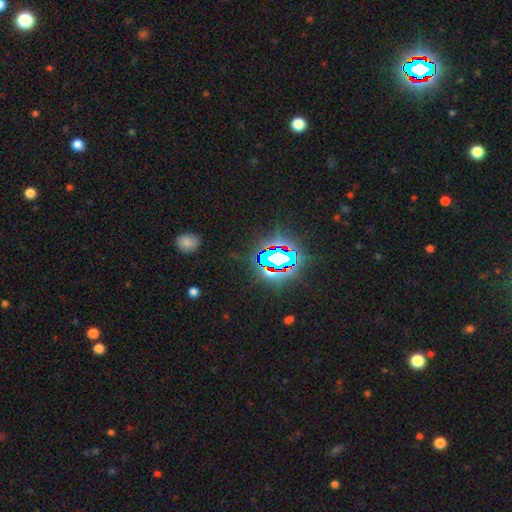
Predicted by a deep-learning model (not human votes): This is likely a star or artifact rather than a galaxy (78%).